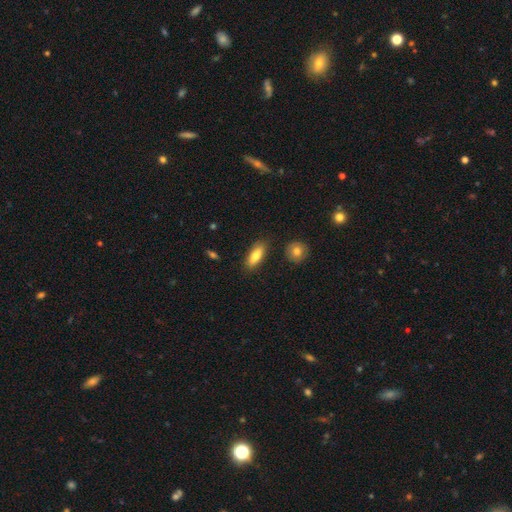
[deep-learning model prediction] The model was most divided on "how rounded": in between: 70%, cigar-shaped: 27%, round: 3%. More confident: merging — none (84%); smooth or featured — smooth (80%).